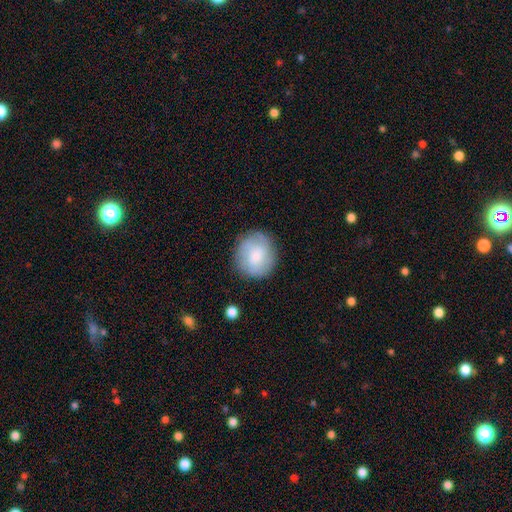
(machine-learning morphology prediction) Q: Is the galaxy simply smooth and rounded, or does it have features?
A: smooth — 67%.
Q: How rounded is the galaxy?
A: round — 77%.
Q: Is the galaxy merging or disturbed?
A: none — 79%.